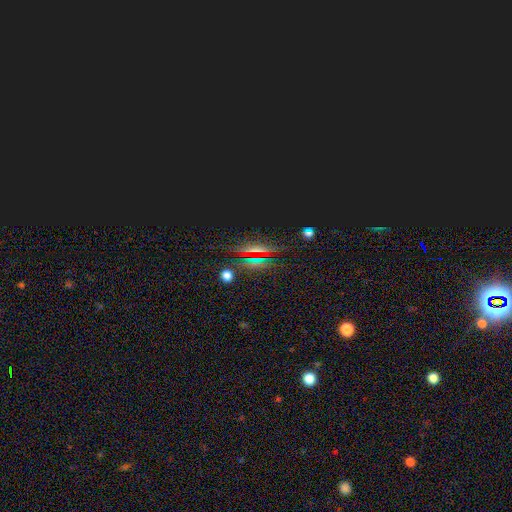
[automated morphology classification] Smooth or featured? star or artifact (56%)